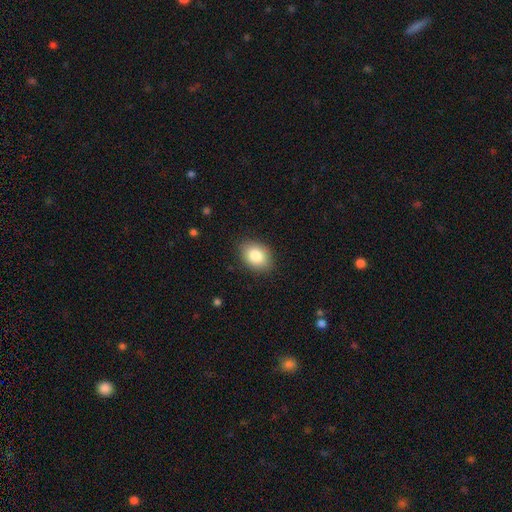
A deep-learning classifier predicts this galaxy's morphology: Q: Smooth or featured?
A: smooth (84%); runner-up: featured or disk (8%)
Q: How rounded?
A: in between (74%); runner-up: round (25%)
Q: Merging?
A: none (86%); runner-up: minor disturbance (10%)